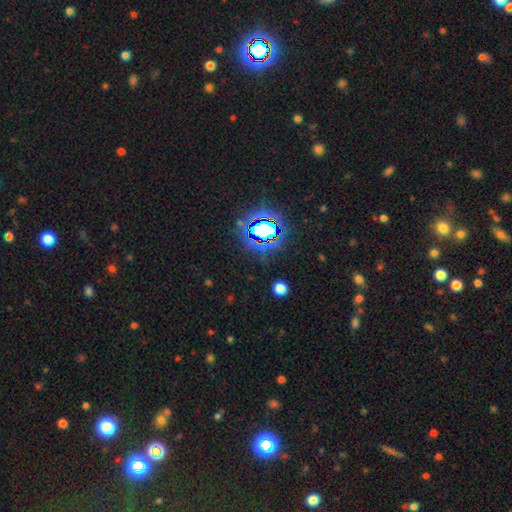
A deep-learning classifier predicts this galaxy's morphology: This appears to be a star or artifact, not a galaxy (81%).